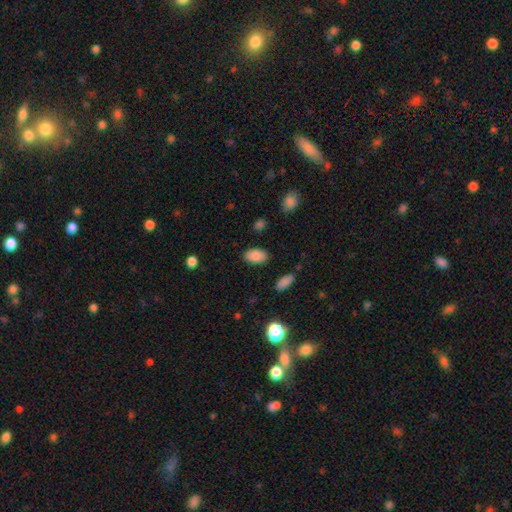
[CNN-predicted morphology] Smooth or featured: smooth — 87% (star or artifact — 8%)
How rounded: in between — 92% (round — 6%)
Merging: none — 86% (minor disturbance — 10%)